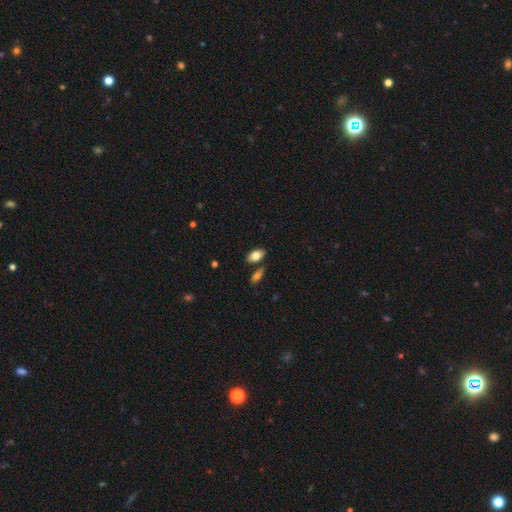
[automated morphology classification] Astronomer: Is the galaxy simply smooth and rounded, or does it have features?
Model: smooth — 81%.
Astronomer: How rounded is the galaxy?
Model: in between — 92%.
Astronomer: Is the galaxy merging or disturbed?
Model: none — 76%.